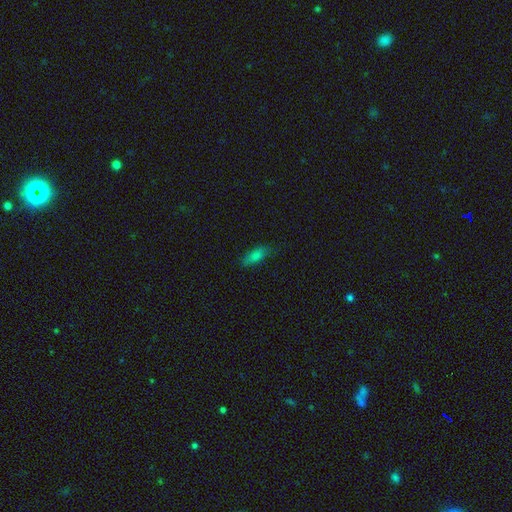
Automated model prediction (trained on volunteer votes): Q: Smooth or featured?
A: smooth (79%); runner-up: star or artifact (11%)
Q: How rounded?
A: in between (67%); runner-up: cigar-shaped (30%)
Q: Merging?
A: none (77%); runner-up: minor disturbance (18%)